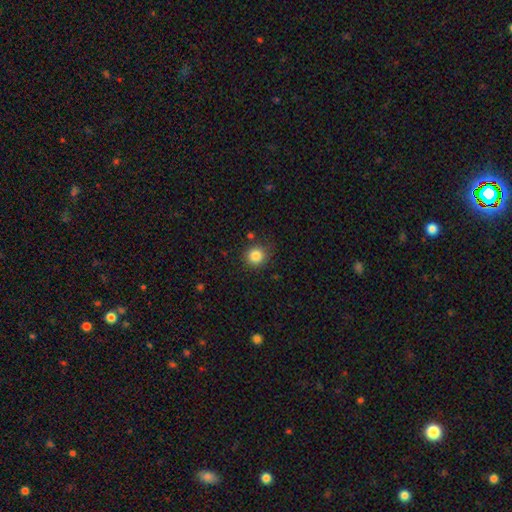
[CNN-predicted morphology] type=smooth (84%); roundness=round (91%); merging=none (80%).